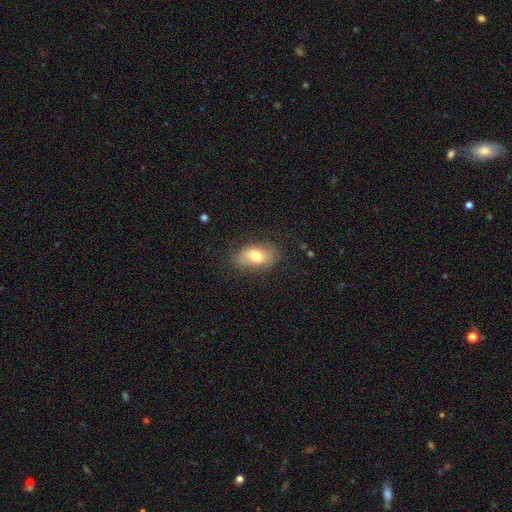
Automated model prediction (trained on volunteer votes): Smooth or featured?
  - smooth: 71% *
  - featured or disk: 21%
  - star or artifact: 7%
How rounded?
  - in between: 90% *
  - round: 6%
  - cigar-shaped: 3%
Merging?
  - none: 74% *
  - minor disturbance: 19%
  - major disturbance: 6%
  - merger: 1%